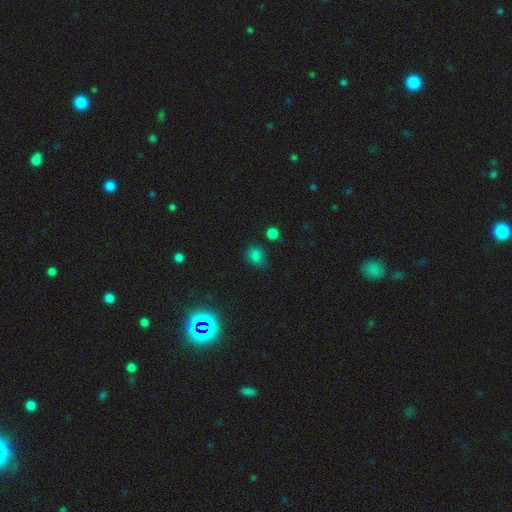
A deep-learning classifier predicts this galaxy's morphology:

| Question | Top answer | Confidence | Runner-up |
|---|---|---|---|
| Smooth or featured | smooth | 74% | star or artifact (18%) |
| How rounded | round | 52% | in between (47%) |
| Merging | none | 64% | minor disturbance (25%) |